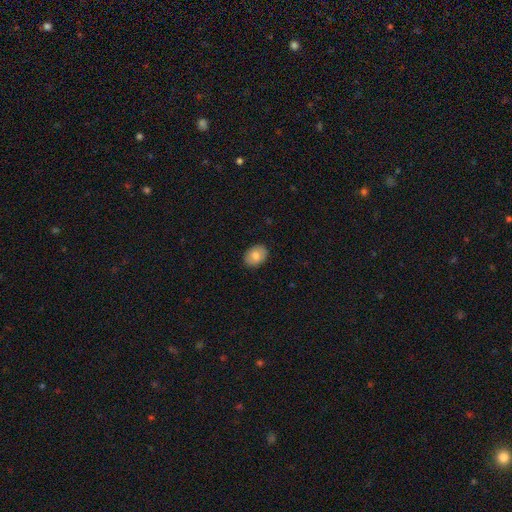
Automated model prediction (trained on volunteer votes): smooth-or-featured: smooth: 78% | featured or disk: 15% | star or artifact: 7%
  how-rounded: in between: 70% | round: 29% | cigar-shaped: 1%
  merging: none: 89% | minor disturbance: 8% | major disturbance: 2% | merger: 1%